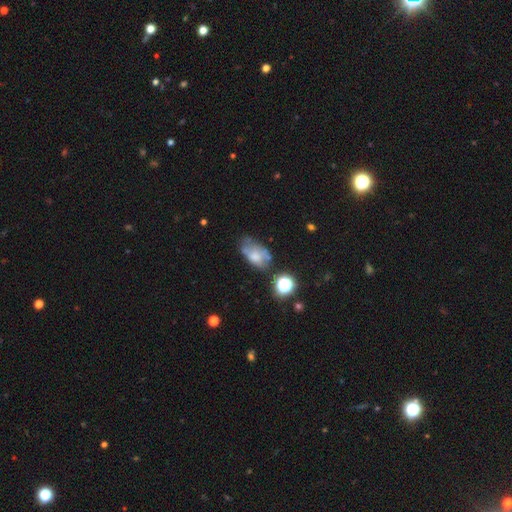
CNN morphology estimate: Smooth or featured? Predicted: smooth (p=0.52). How rounded? Predicted: in between (p=0.86). Merging? Predicted: none (p=0.39).